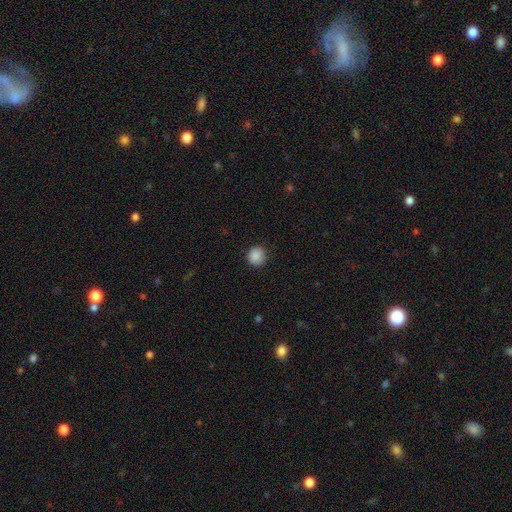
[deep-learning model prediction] Smooth or featured? smooth (89%)
How rounded? round (91%)
Merging? none (89%)